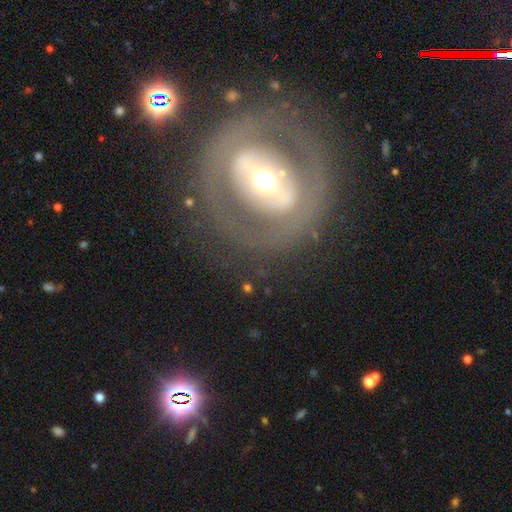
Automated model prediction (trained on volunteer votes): Morphology: type=featured or disk (71%); edge-on=no (91%); bar=strong (43%); spiral arms=no (75%); bulge=moderate (61%); merging=none (77%).